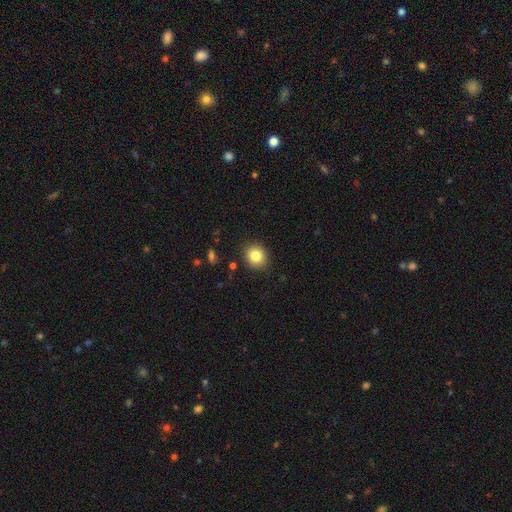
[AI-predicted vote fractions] Smooth or featured: smooth — 83% (star or artifact — 10%)
How rounded: round — 77% (in between — 22%)
Merging: none — 89% (minor disturbance — 7%)